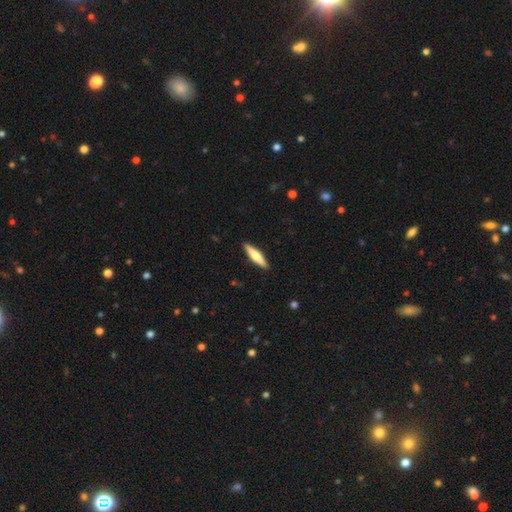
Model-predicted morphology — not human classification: This appears to be a smooth galaxy with no disk features (54%) that is cigar-shaped (85%). Merging: none (91%).